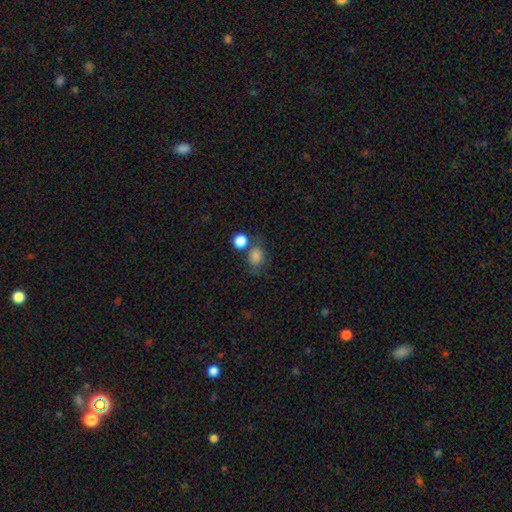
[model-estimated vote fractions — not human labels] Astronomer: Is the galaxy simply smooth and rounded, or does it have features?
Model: smooth — 80%.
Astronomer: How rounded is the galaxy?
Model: round — 53% (runner-up: in between, 46%).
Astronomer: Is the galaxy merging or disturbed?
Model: none — 56%.